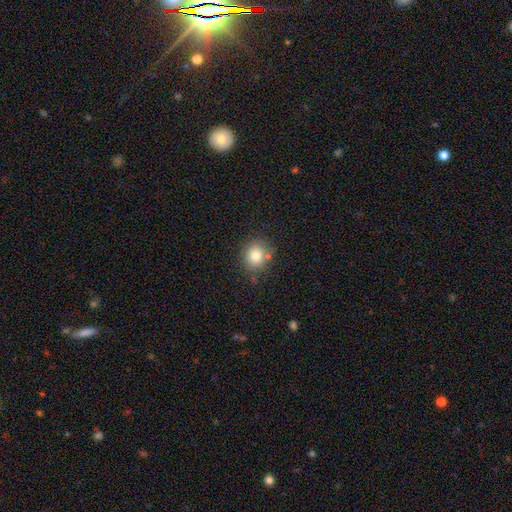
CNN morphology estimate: The model was most divided on "how rounded": round: 82%, in between: 17%, cigar-shaped: 1%. More confident: smooth or featured — smooth (79%); merging — none (78%).